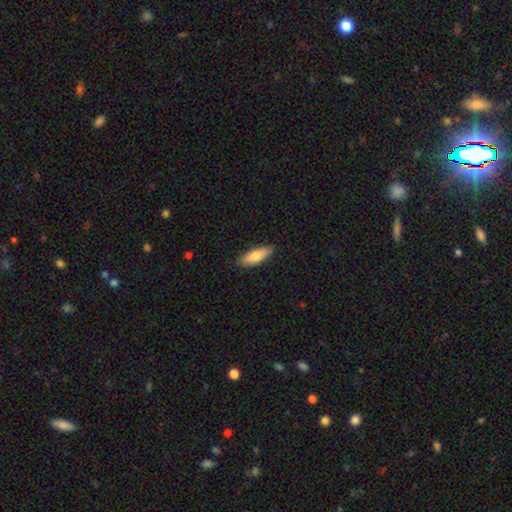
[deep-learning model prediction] The model was most divided on "how rounded": in between: 62%, cigar-shaped: 36%, round: 2%. More confident: merging — none (87%); smooth or featured — smooth (78%).